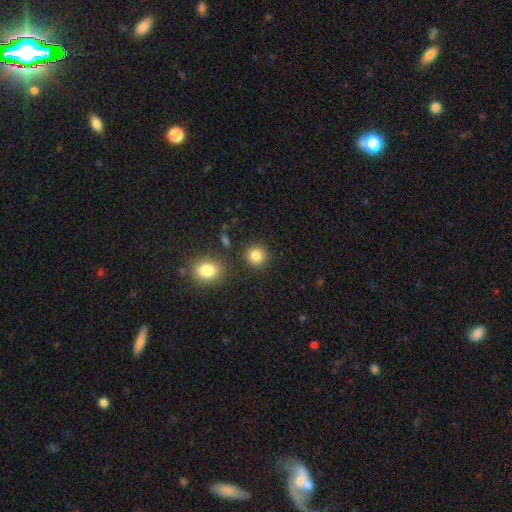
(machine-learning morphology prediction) smooth_or_featured: smooth (p=0.85) [alt: star or artifact p=0.10]
how_rounded: round (p=0.90) [alt: in between p=0.09]
merging: none (p=0.85) [alt: minor disturbance p=0.07]